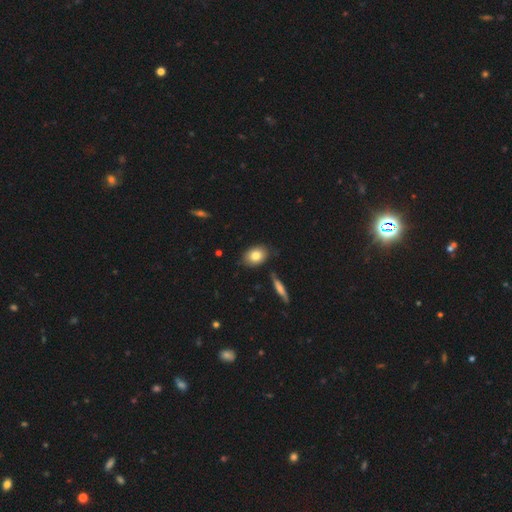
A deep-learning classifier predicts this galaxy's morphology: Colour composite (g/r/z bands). It shows a smooth galaxy with no disk features (79%) that is in between round and cigar-shaped (70%). Merging: none (83%).